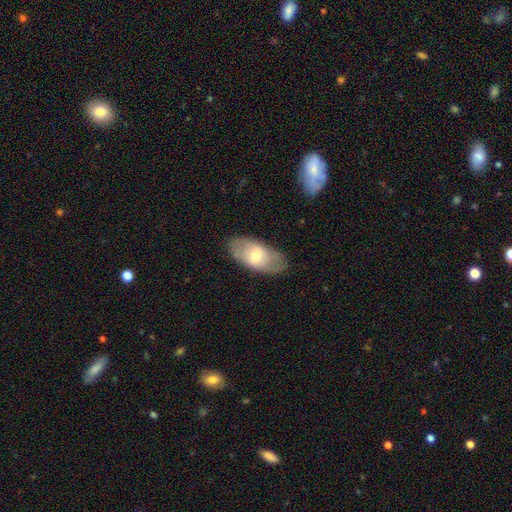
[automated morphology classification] This appears to be a smooth galaxy with no disk features (60%) that is in between round and cigar-shaped (91%). Merging: none (80%).